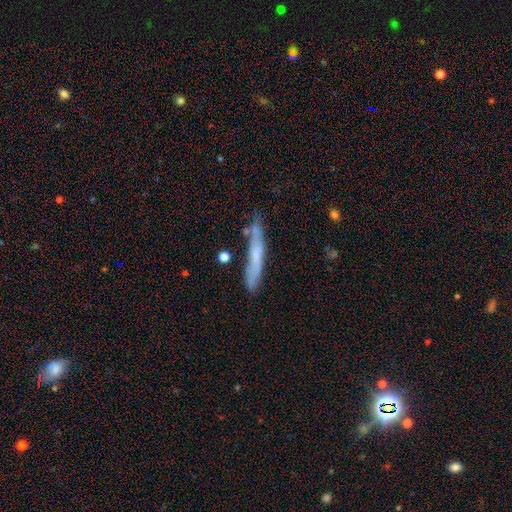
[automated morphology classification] Smooth or featured: smooth — 52% (featured or disk — 41%)
How rounded: cigar-shaped — 93% (in between — 5%)
Merging: none — 65% (minor disturbance — 23%)